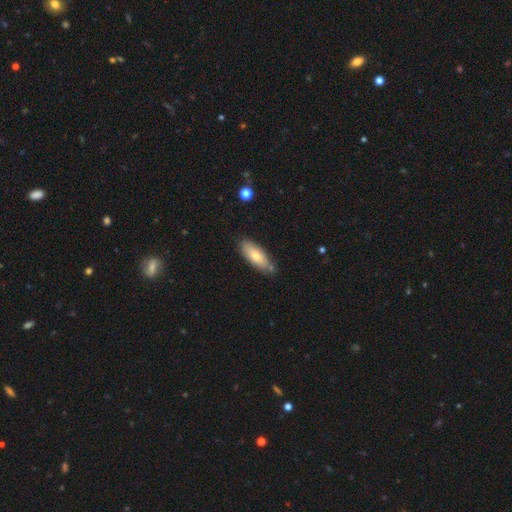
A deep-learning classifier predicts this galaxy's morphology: This appears to be a smooth galaxy with no disk features (73%) that is in between round and cigar-shaped (74%). Merging: none (75%).